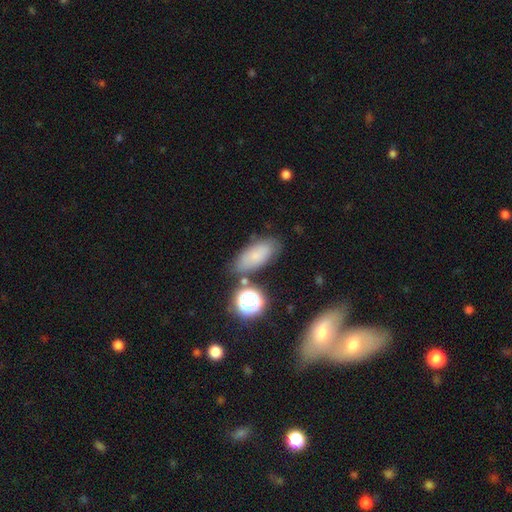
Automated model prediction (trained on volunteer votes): Smooth or featured: smooth — 72% (star or artifact — 14%)
How rounded: in between — 83% (cigar-shaped — 10%)
Merging: none — 72% (minor disturbance — 16%)